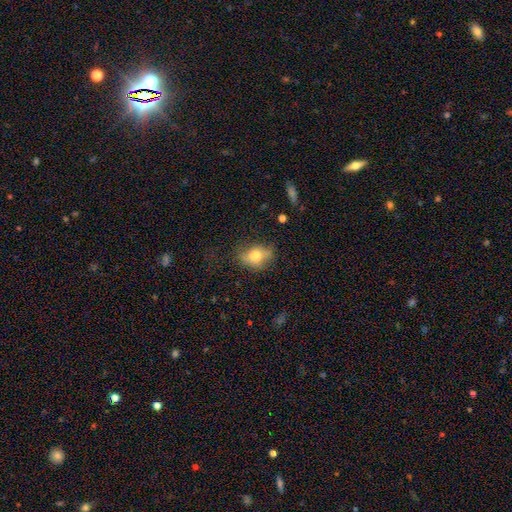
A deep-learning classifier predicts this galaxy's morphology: Smooth or featured? Predicted: smooth (p=0.67). How rounded? Predicted: in between (p=0.65). Merging? Predicted: none (p=0.67).